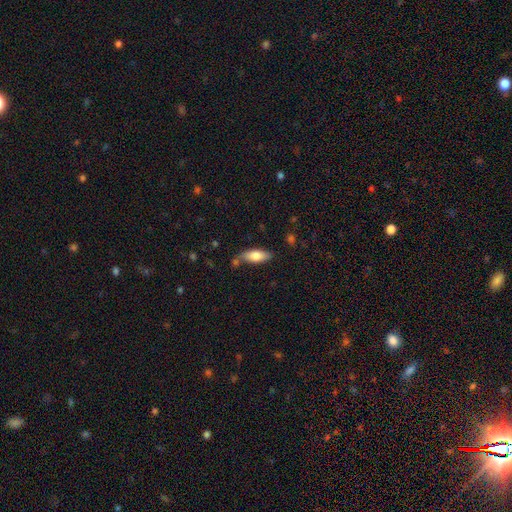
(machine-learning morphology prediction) smooth-or-featured: smooth: 76% | featured or disk: 17% | star or artifact: 6%
  how-rounded: in between: 72% | cigar-shaped: 26% | round: 2%
  merging: none: 71% | minor disturbance: 18% | merger: 7% | major disturbance: 4%